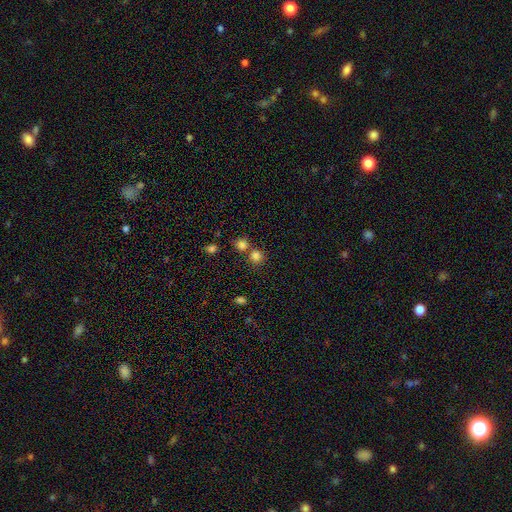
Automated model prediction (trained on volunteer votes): Overall: smooth (80%). How rounded: round (89%). Merging: none (64%; merger 25%).